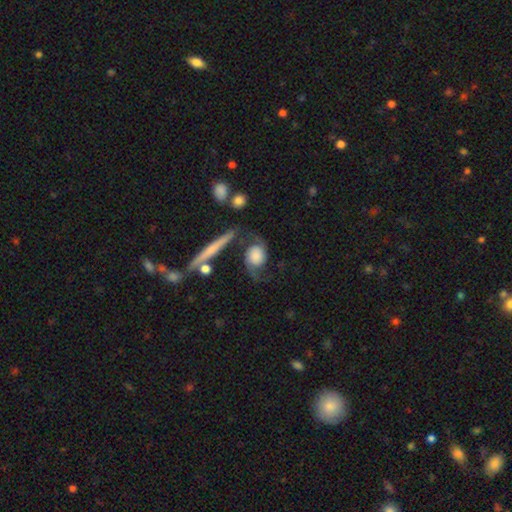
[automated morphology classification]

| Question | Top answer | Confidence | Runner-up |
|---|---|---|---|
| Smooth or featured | featured or disk | 73% | smooth (21%) |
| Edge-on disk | no | 93% | yes (7%) |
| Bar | no | 74% | weak (20%) |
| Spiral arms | yes | 94% | no (6%) |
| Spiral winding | loose | 50% | medium (37%) |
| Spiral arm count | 2 | 91% | 1 (3%) |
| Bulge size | large | 28% | tied: moderate (28%) |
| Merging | none | 54% | minor disturbance (22%) |